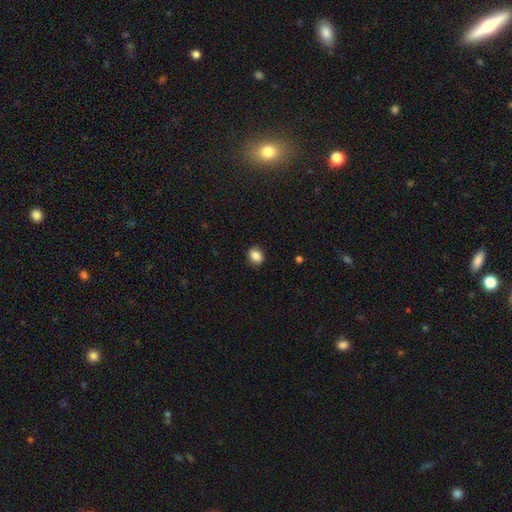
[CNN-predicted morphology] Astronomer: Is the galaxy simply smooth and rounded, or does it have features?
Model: smooth — 85%.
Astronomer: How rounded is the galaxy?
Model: round — 62% (runner-up: in between, 37%).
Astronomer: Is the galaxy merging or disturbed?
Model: none — 90%.